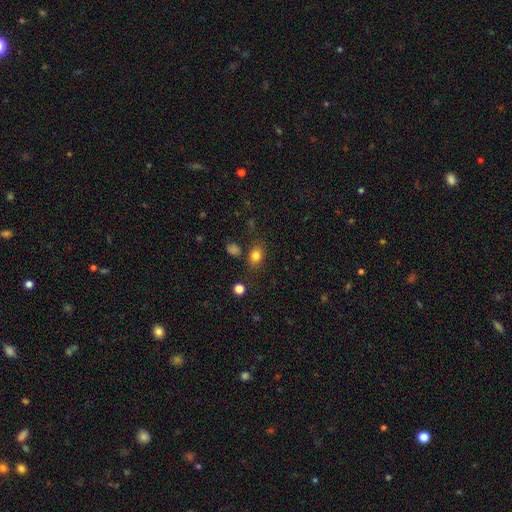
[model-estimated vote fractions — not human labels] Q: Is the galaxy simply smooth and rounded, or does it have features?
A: smooth — 81%.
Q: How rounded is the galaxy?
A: in between — 59%.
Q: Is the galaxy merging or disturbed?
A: none — 75%.